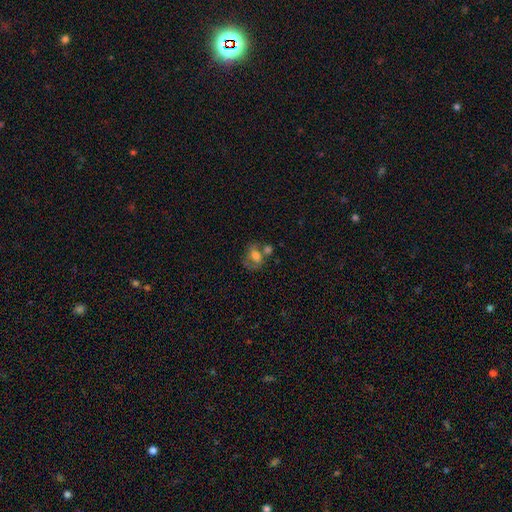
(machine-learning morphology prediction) A smooth galaxy with no disk features (57%) that is in between round and cigar-shaped (59%).

Vote fractions:
- Smooth or featured? smooth: 57% / featured or disk: 32% / star or artifact: 10%
- How rounded? in between: 59% / round: 39% / cigar-shaped: 2%
- Merging? none: 35% (tied) / merger: 35% (tied) / minor disturbance: 18% / major disturbance: 13%